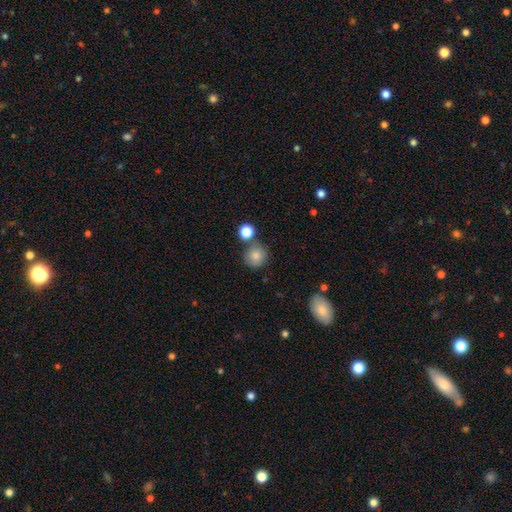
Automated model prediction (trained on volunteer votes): smooth_or_featured: smooth (p=0.83) [alt: star or artifact p=0.10]
how_rounded: round (p=0.90) [alt: in between p=0.09]
merging: none (p=0.73) [alt: merger p=0.14]